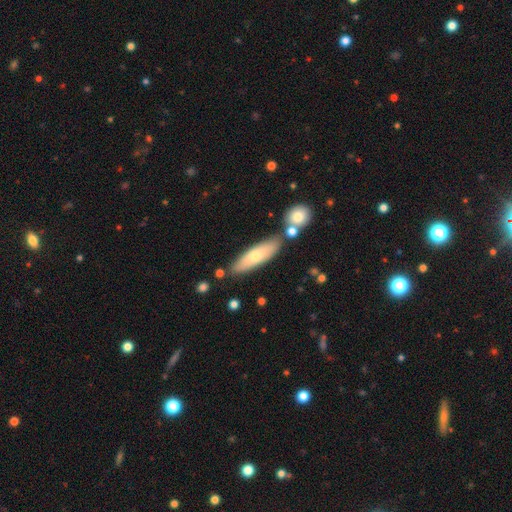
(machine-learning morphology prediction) Smooth or featured? smooth (63%)
How rounded? cigar-shaped (59%)
Merging? none (74%)